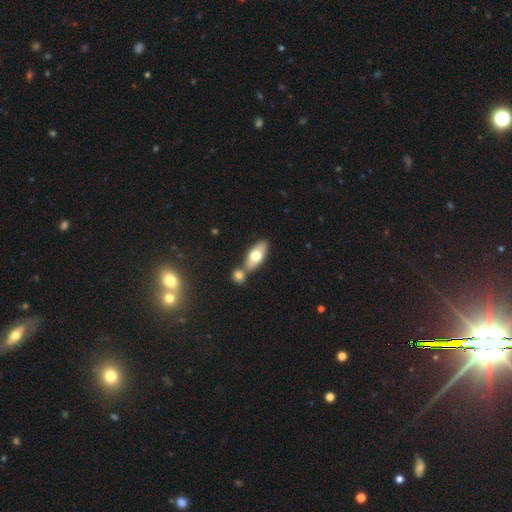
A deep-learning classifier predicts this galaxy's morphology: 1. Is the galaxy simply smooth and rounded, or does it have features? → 65% smooth, 29% featured or disk, 7% star or artifact.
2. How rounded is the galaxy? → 80% in between, 17% cigar-shaped, 4% round.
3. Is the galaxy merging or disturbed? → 56% none, 31% merger, 10% minor disturbance, 3% major disturbance.